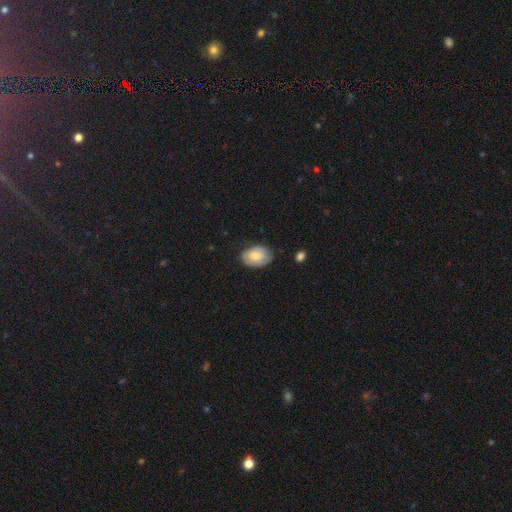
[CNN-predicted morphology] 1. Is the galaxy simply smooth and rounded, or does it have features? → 72% smooth, 22% featured or disk, 7% star or artifact.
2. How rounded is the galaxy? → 82% in between, 17% round, 1% cigar-shaped.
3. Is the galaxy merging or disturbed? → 74% none, 20% minor disturbance, 5% major disturbance, 1% merger.